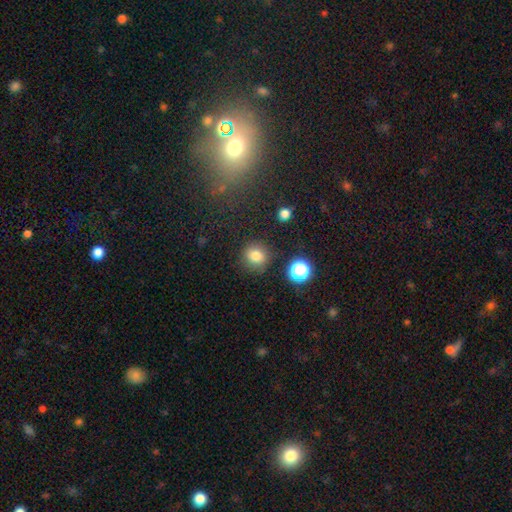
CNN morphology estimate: Overall: smooth (80%). How rounded: round (90%). Merging: none (85%).